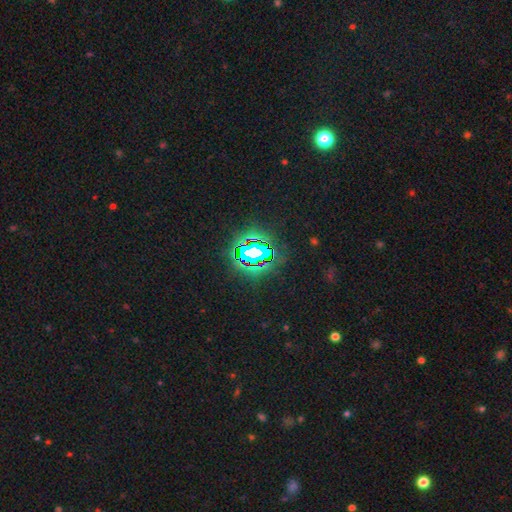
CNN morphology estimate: Smooth or featured: star or artifact — 77% (smooth — 14%)